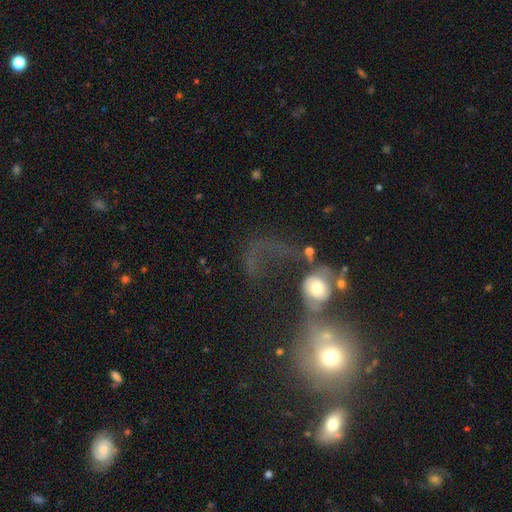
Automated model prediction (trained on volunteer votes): Smooth or featured? featured or disk (43%)
Merging? merger (46%)